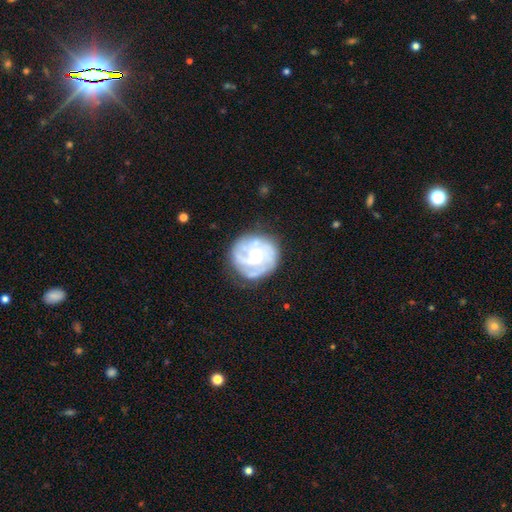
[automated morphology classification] smooth_or_featured: featured or disk (p=0.74) [alt: smooth p=0.20]
disk_edge_on: no (p=0.98) [alt: yes p=0.02]
bar: no (p=0.69) [alt: weak p=0.26]
has_spiral_arms: yes (p=0.82) [alt: no p=0.18]
spiral_winding: tight (p=0.59) [alt: medium p=0.30]
spiral_arm_count: can't tell (p=0.37) [alt: 3 p=0.23]
bulge_size: moderate (p=0.44) [alt: small p=0.37]
merging: none (p=0.71) [alt: minor disturbance p=0.18]